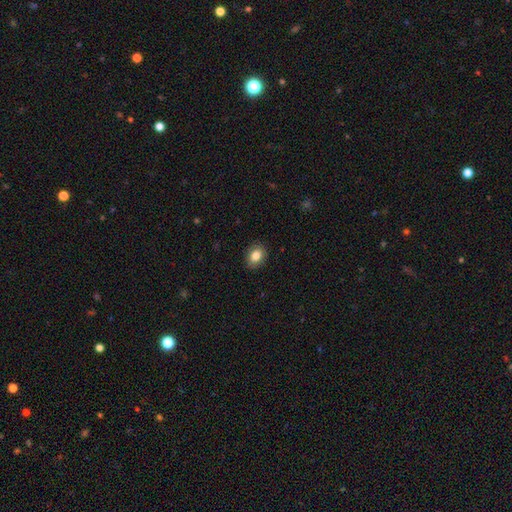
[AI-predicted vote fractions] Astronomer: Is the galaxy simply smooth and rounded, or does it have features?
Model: smooth — 83%.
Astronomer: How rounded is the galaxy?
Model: in between — 68%.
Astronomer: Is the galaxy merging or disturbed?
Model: none — 88%.